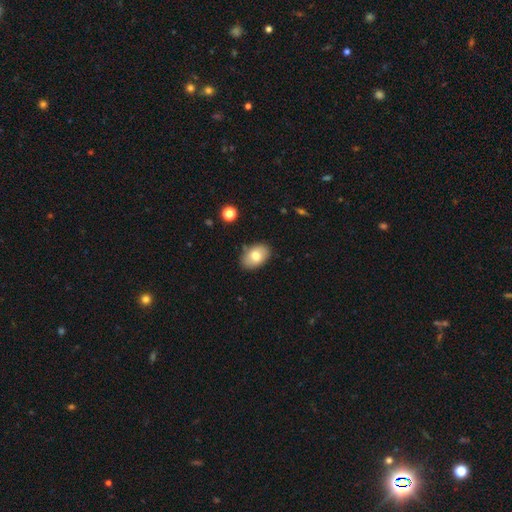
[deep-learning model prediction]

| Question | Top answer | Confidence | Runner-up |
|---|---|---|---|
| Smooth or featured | smooth | 76% | featured or disk (17%) |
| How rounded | in between | 88% | round (11%) |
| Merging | none | 83% | minor disturbance (12%) |